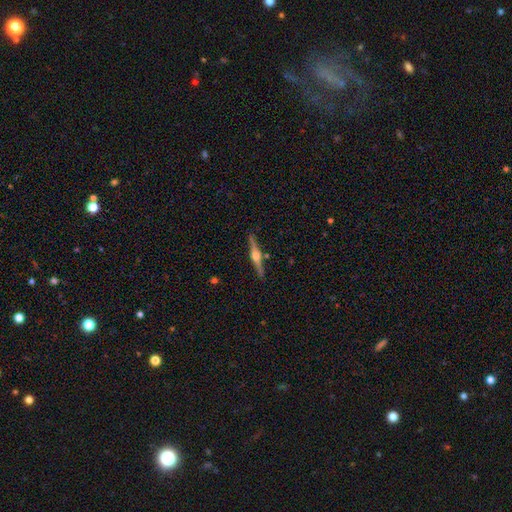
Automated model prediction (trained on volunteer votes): Smooth or featured?
  - featured or disk: 81% *
  - smooth: 14%
  - star or artifact: 5%
Edge-on disk?
  - yes: 98% *
  - no: 2%
Edge-on bulge?
  - rounded: 94% *
  - boxy: 4%
  - none: 2%
Merging?
  - none: 89% *
  - minor disturbance: 7%
  - merger: 2%
  - major disturbance: 1%